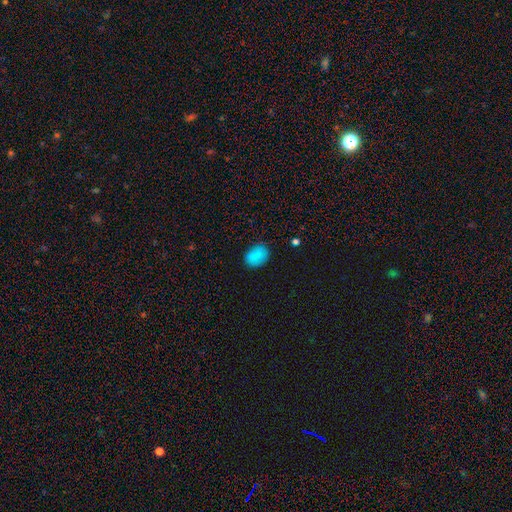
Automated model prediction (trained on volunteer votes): smooth-or-featured: smooth: 85% | star or artifact: 11% | featured or disk: 4%
  how-rounded: in between: 71% | round: 27% | cigar-shaped: 1%
  merging: none: 80% | minor disturbance: 15% | major disturbance: 3% | merger: 1%